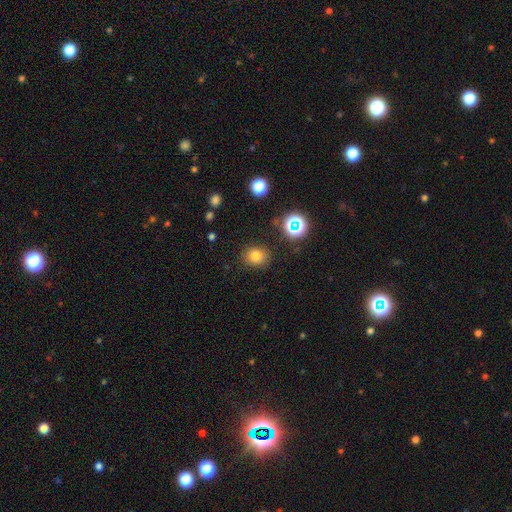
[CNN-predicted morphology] Smooth or featured: smooth — 75% (star or artifact — 17%)
How rounded: round — 70% (in between — 29%)
Merging: none — 86% (minor disturbance — 9%)